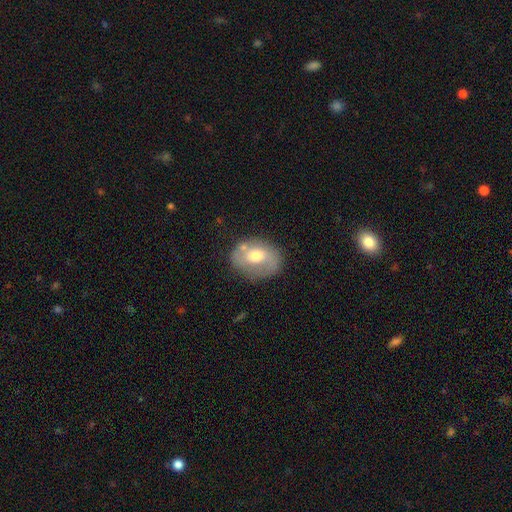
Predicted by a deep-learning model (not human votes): featured or disk 49%, smooth 44%, star or artifact 7%. Down the decision tree: merging — none (63%).